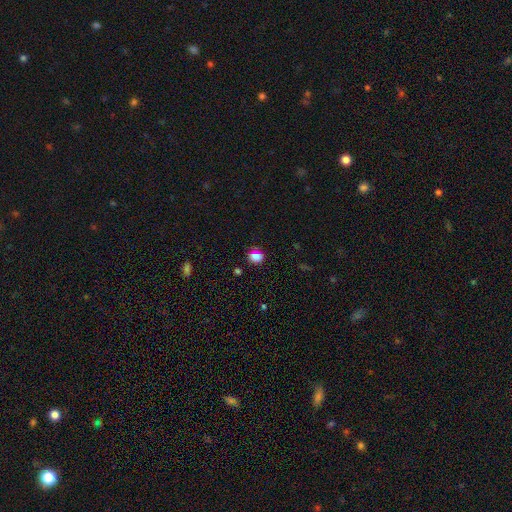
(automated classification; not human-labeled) Smooth or featured? Predicted: smooth (p=0.74). How rounded? Predicted: round (p=0.58). Merging? Predicted: none (p=0.76).